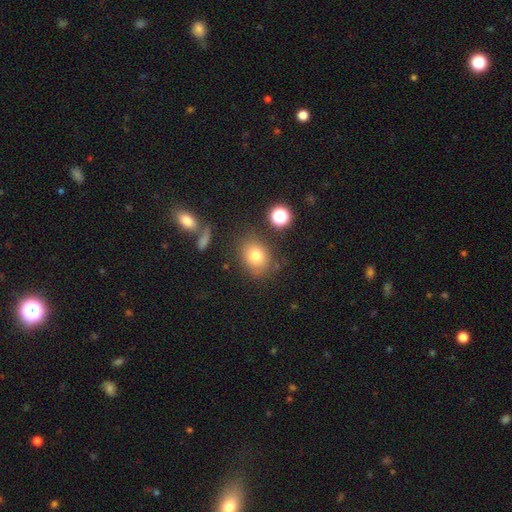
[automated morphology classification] This appears to be a smooth galaxy with no disk features (77%) that is round (52%). Merging: none (76%).